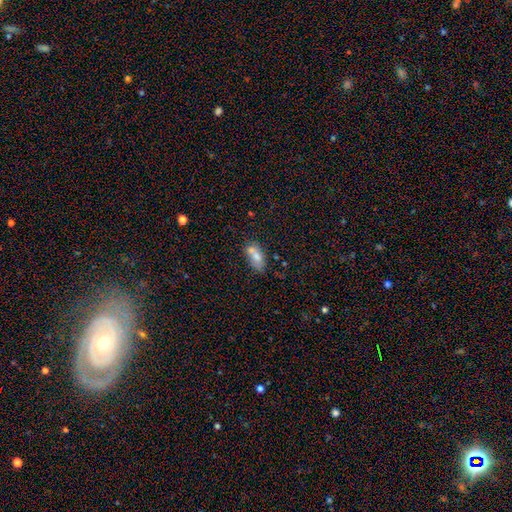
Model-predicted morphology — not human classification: type=smooth (69%); roundness=in between (83%); merging=none (42%).